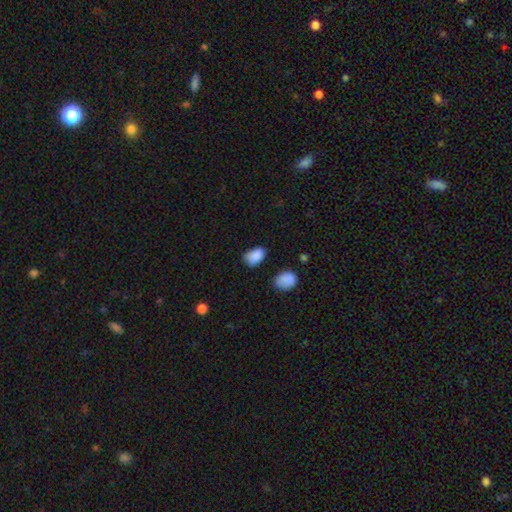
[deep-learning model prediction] Smooth or featured?
  - smooth: 86% *
  - star or artifact: 9%
  - featured or disk: 5%
How rounded?
  - in between: 88% *
  - round: 11%
  - cigar-shaped: 1%
Merging?
  - none: 58% *
  - minor disturbance: 32%
  - major disturbance: 7%
  - merger: 3%